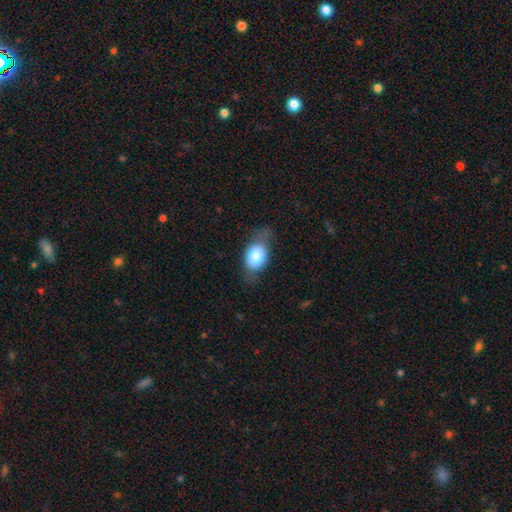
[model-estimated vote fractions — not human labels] This appears to be a smooth galaxy with no disk features (74%) that is in between round and cigar-shaped (73%). Merging: none (61%).